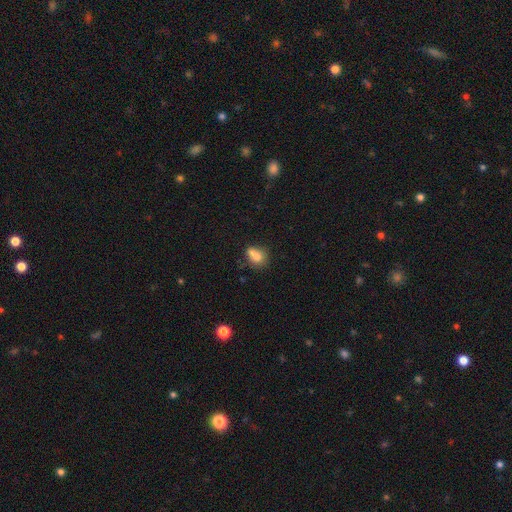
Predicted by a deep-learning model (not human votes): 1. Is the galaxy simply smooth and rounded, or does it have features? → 73% smooth, 16% featured or disk, 11% star or artifact.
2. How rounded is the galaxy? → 49% round (tied), 49% in between (tied), 2% cigar-shaped.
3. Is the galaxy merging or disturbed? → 39% merger, 37% none, 17% minor disturbance, 7% major disturbance.